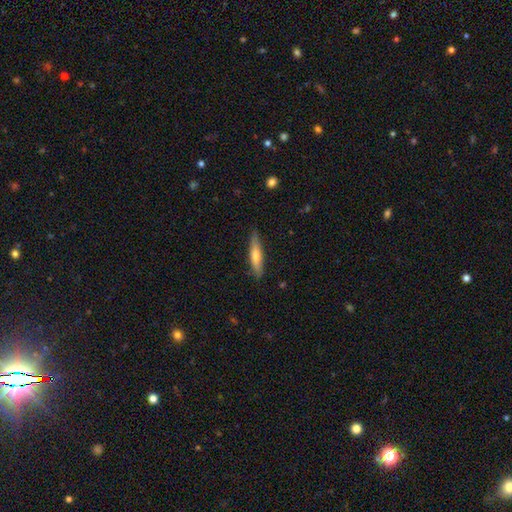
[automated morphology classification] Smooth or featured: smooth — 57% (featured or disk — 37%)
How rounded: cigar-shaped — 84% (in between — 14%)
Merging: none — 84% (minor disturbance — 13%)